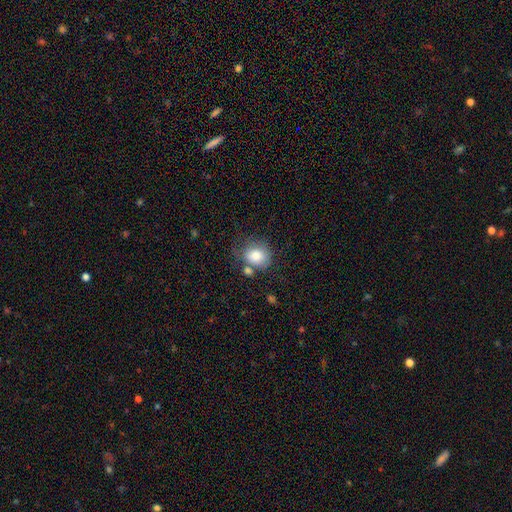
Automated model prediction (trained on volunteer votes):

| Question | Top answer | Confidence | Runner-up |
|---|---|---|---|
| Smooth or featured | smooth | 81% | featured or disk (10%) |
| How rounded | round | 66% | in between (33%) |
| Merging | none | 52% | minor disturbance (22%) |